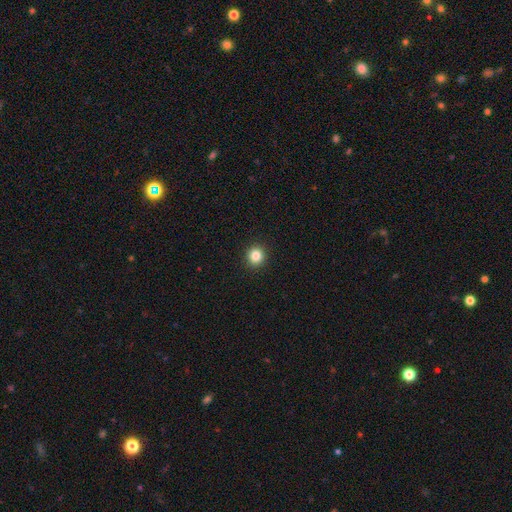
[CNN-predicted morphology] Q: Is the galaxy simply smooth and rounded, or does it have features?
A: smooth — 84%.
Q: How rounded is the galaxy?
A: round — 90%.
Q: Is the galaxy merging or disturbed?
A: none — 93%.